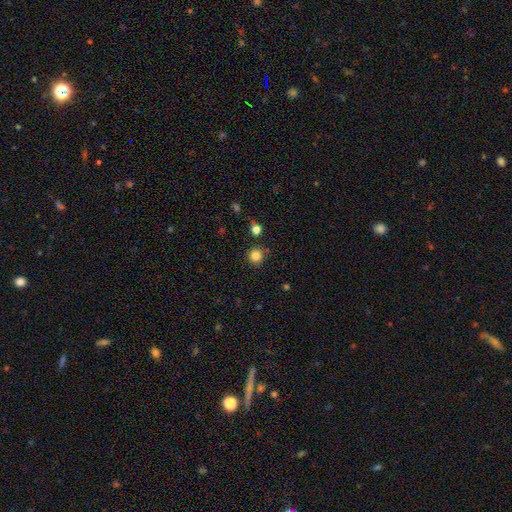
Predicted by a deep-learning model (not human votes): A smooth galaxy with no disk features (83%) that is round (94%). Merging: none (85%).